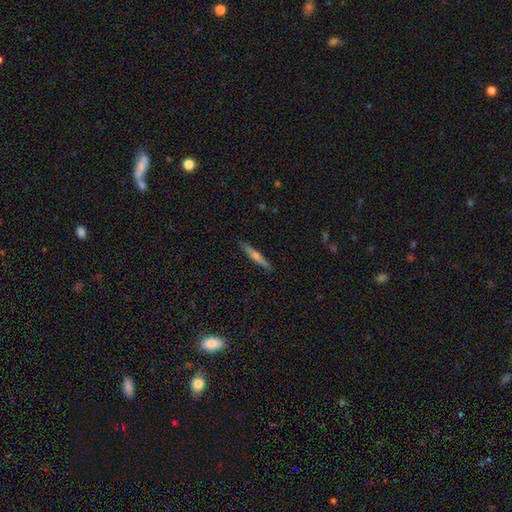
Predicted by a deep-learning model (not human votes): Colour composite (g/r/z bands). It shows a featured or disk galaxy (51%) viewed edge-on (95%). Merging: none (90%).